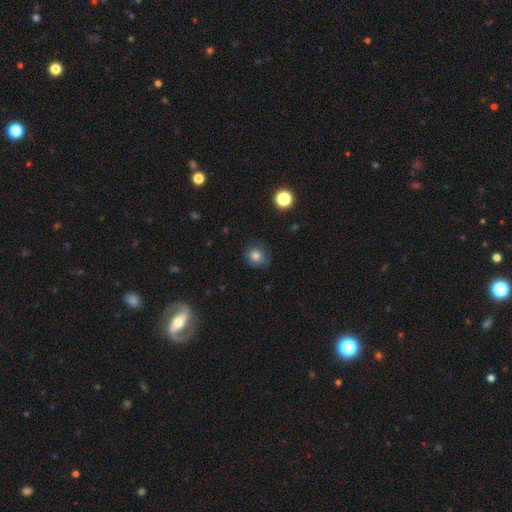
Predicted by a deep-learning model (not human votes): Morphology: type=smooth (81%); roundness=round (87%); merging=none (82%).